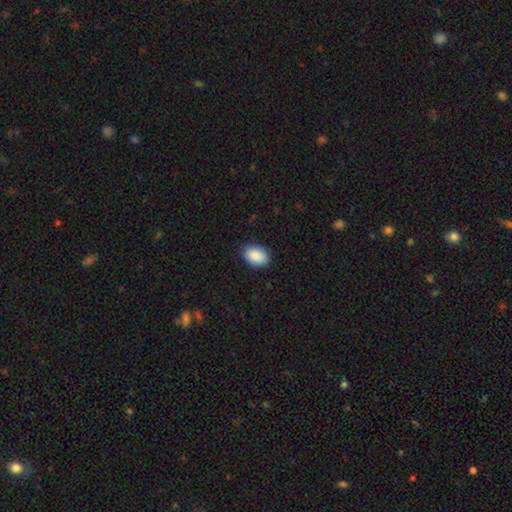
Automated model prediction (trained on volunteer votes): This appears to be a smooth galaxy with no disk features (89%) that is in between round and cigar-shaped (87%). Merging: none (85%).